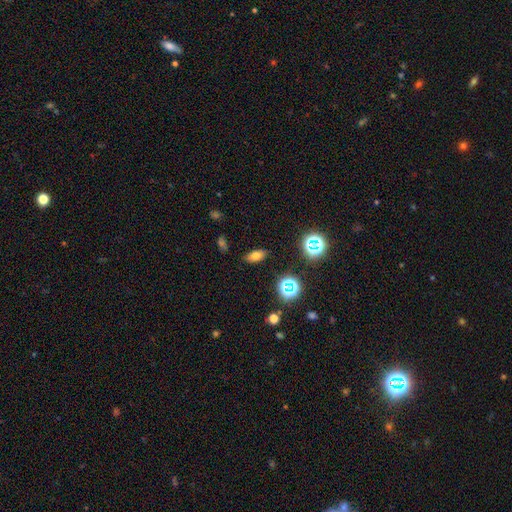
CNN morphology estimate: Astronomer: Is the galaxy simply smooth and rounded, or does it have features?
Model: smooth — 68%.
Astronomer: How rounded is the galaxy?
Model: in between — 84%.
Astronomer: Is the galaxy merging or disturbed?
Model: none — 86%.